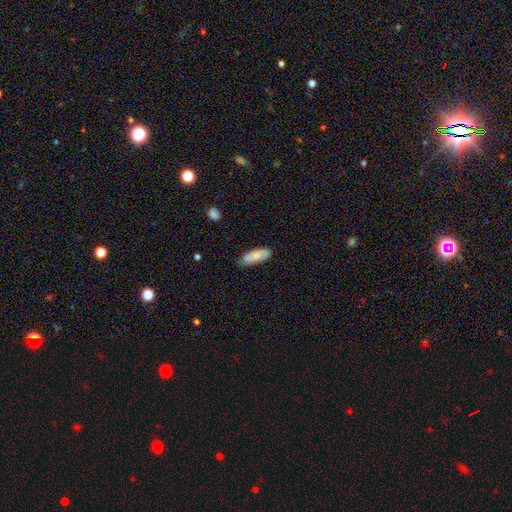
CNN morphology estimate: smooth_or_featured: smooth (p=0.71) [alt: featured or disk p=0.23]
how_rounded: in between (p=0.72) [alt: cigar-shaped p=0.26]
merging: none (p=0.72) [alt: minor disturbance p=0.23]